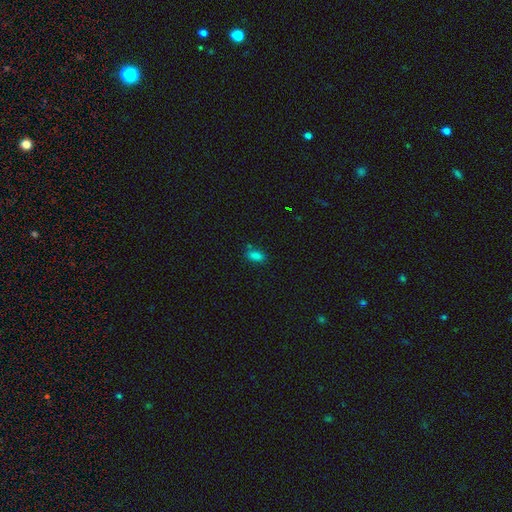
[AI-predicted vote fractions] Q: Smooth or featured?
A: smooth (79%); runner-up: star or artifact (16%)
Q: How rounded?
A: in between (86%); runner-up: cigar-shaped (8%)
Q: Merging?
A: none (71%); runner-up: minor disturbance (17%)